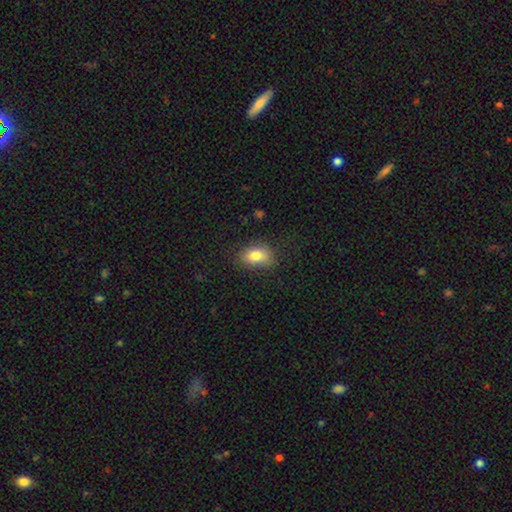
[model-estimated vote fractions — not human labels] Smooth or featured?
  - smooth: 80% *
  - featured or disk: 11%
  - star or artifact: 9%
How rounded?
  - in between: 83% *
  - round: 15%
  - cigar-shaped: 2%
Merging?
  - none: 75% *
  - minor disturbance: 19%
  - major disturbance: 5%
  - merger: 1%